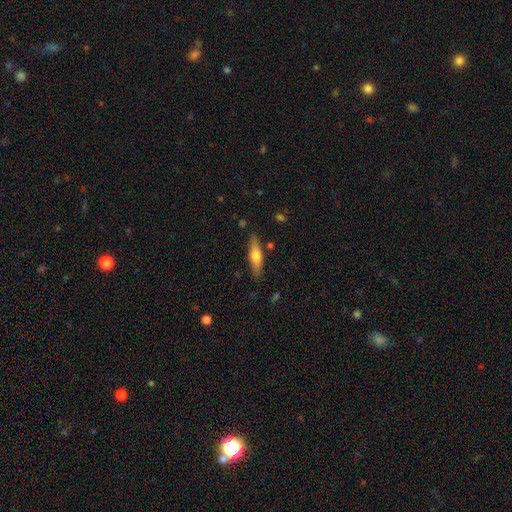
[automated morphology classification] Smooth or featured? Predicted: smooth (p=0.51). How rounded? Predicted: cigar-shaped (p=0.68). Merging? Predicted: none (p=0.84).